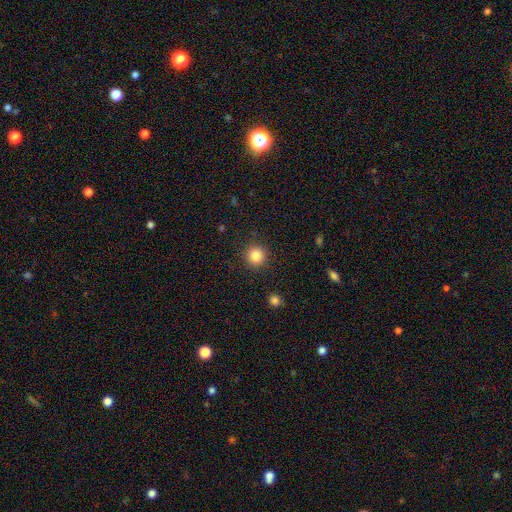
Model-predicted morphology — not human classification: Smooth or featured: smooth — 84% (star or artifact — 11%)
How rounded: round — 95% (in between — 4%)
Merging: none — 91% (minor disturbance — 5%)